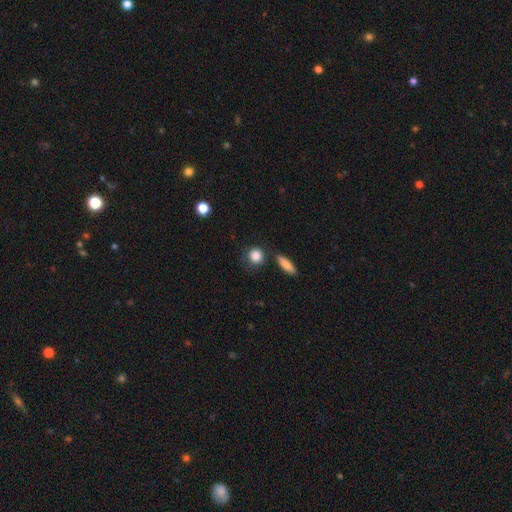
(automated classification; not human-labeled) This is clearly a smooth galaxy (86%). How rounded: clearly round (83%). Merging: likely none (76%).